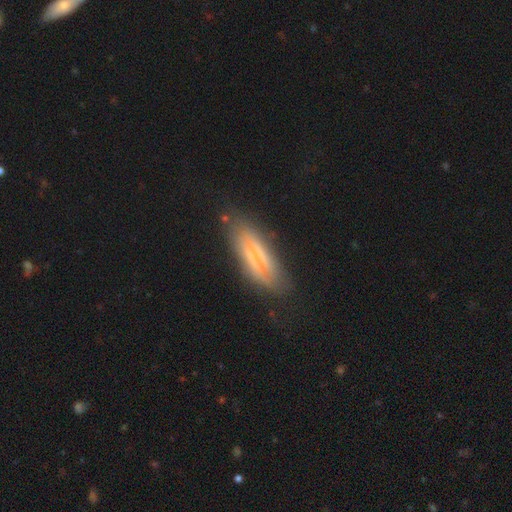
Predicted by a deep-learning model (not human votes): This appears to be a featured or disk galaxy (51%) viewed edge-on (60%). Merging: none (67%).